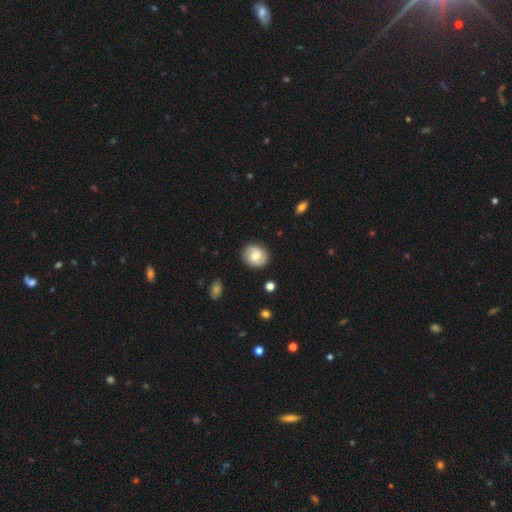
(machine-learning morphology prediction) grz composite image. It shows a smooth galaxy with no disk features (49%). Merging: none (86%).